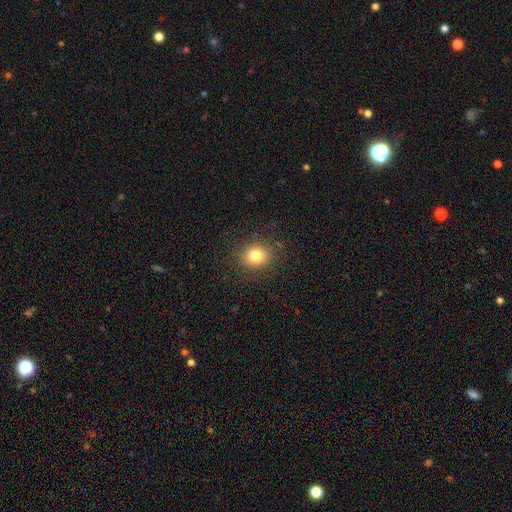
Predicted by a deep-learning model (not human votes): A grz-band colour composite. It shows a smooth galaxy with no disk features (80%) that is round (80%). Merging: none (88%).